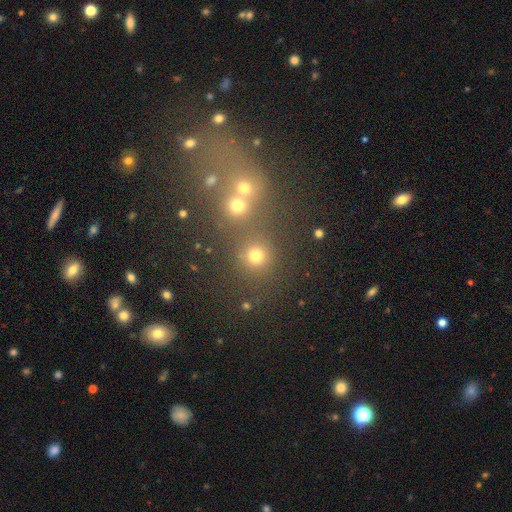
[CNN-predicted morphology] Q: Smooth or featured?
A: smooth (72%); runner-up: star or artifact (21%)
Q: How rounded?
A: round (90%); runner-up: in between (9%)
Q: Merging?
A: none (66%); runner-up: merger (24%)